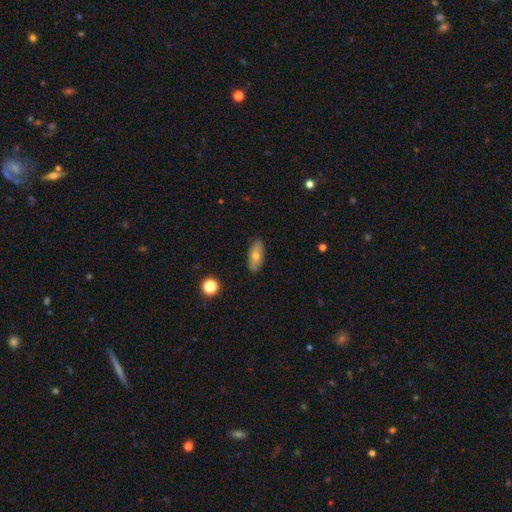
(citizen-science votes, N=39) Morphology: type=smooth (72%); roundness=in between (79%); merging=none (95%).